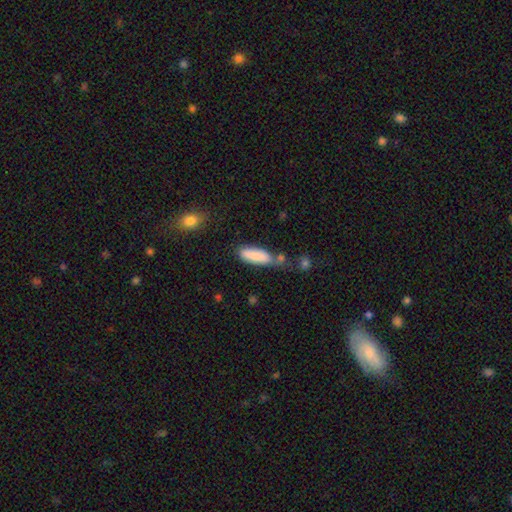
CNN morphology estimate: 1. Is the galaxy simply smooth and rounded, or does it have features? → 86% smooth, 8% featured or disk, 6% star or artifact.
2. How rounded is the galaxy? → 54% in between, 44% cigar-shaped, 2% round.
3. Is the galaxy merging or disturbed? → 56% none, 24% minor disturbance, 13% merger, 7% major disturbance.